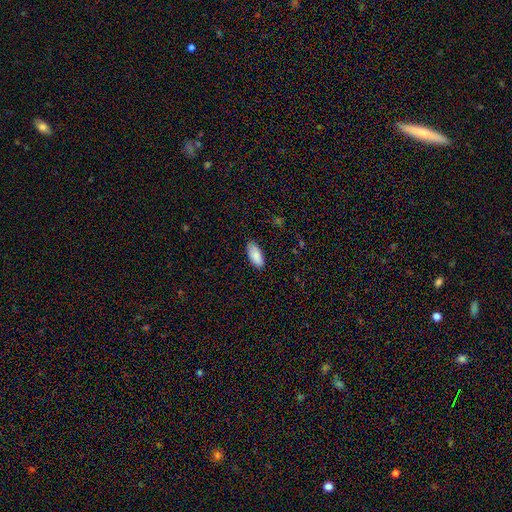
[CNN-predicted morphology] Overall: smooth (88%). How rounded: in between (90%). Merging: none (85%).